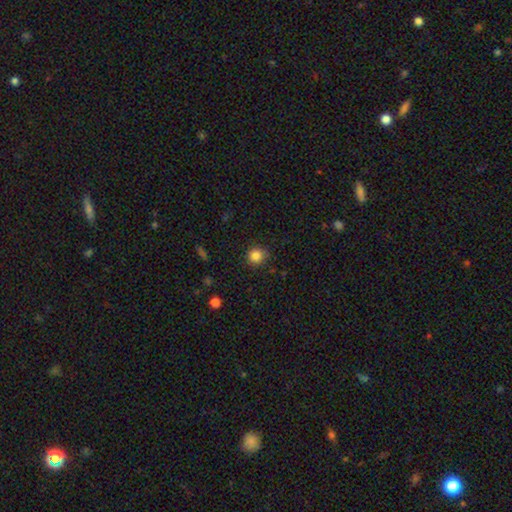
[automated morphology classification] Smooth or featured?
  - smooth: 84% *
  - star or artifact: 11%
  - featured or disk: 4%
How rounded?
  - round: 91% *
  - in between: 8%
  - cigar-shaped: 1%
Merging?
  - none: 84% *
  - minor disturbance: 12%
  - major disturbance: 3%
  - merger: 1%